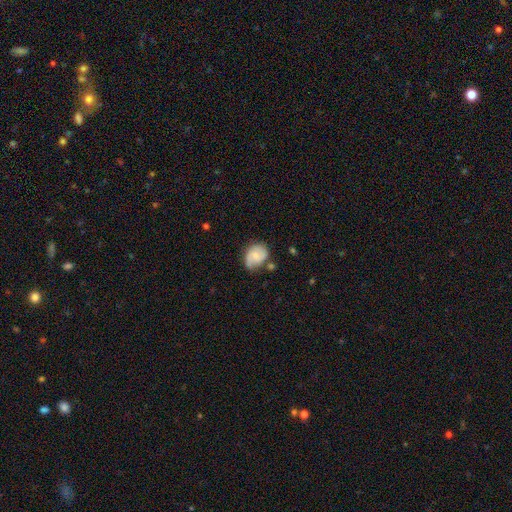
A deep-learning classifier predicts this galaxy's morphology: Smooth or featured: featured or disk — 58% (smooth — 35%)
Edge-on disk: no — 97% (yes — 3%)
Bar: no — 55% (weak — 38%)
Spiral arms: yes — 89% (no — 11%)
Bulge size: small — 52% (moderate — 34%)
Merging: none — 59% (minor disturbance — 26%)